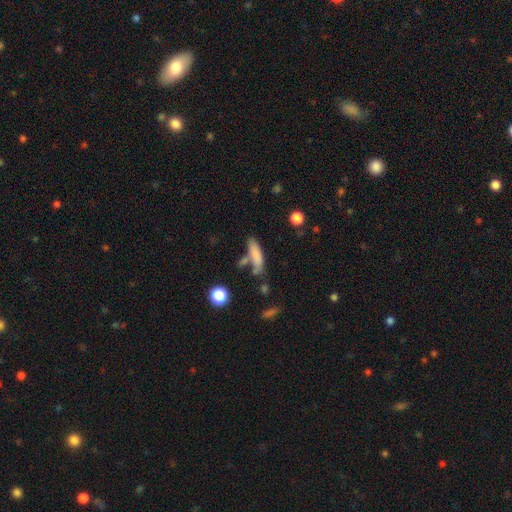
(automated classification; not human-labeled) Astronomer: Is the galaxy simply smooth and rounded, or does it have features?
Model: smooth — 79%.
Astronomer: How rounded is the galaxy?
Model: cigar-shaped — 65%.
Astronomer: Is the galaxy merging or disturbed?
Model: none — 55%.